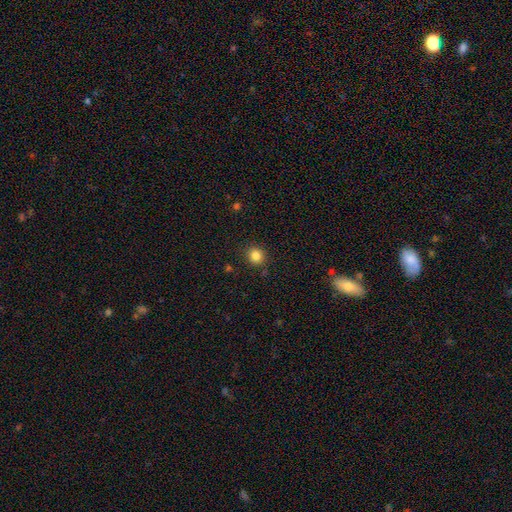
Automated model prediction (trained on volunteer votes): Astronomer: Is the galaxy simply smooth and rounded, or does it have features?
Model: smooth — 84%.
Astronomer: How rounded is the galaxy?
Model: round — 88%.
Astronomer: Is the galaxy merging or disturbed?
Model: none — 89%.